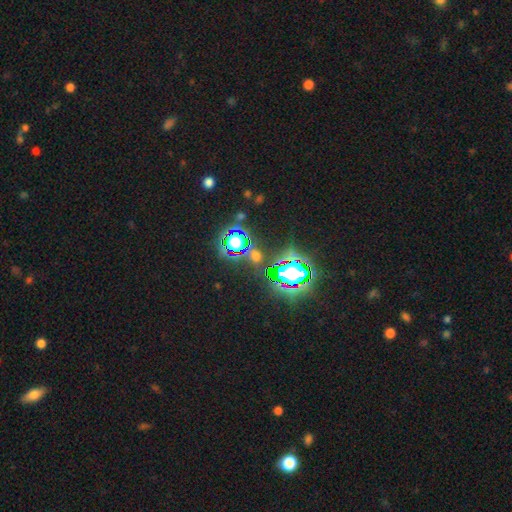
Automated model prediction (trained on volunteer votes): Smooth or featured?
  - star or artifact: 70% *
  - smooth: 20%
  - featured or disk: 10%